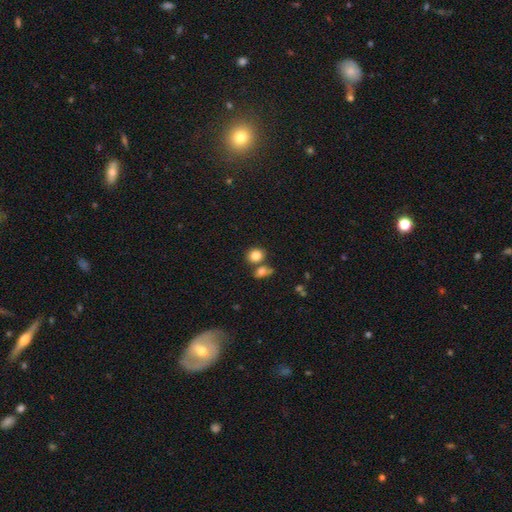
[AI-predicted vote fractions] Smooth or featured: smooth — 83% (star or artifact — 10%)
How rounded: round — 63% (in between — 35%)
Merging: none — 60% (merger — 26%)